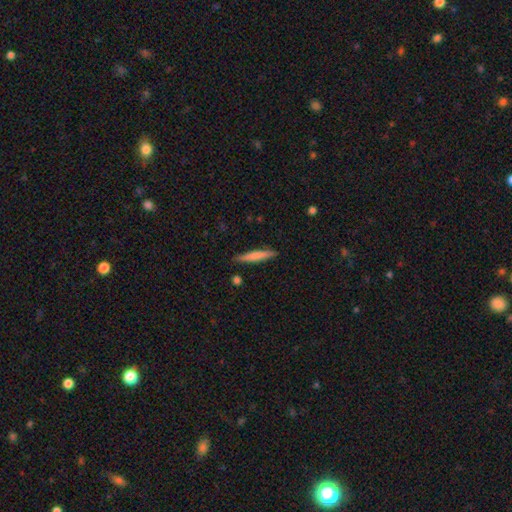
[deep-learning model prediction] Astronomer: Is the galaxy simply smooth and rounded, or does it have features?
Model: smooth — 72%.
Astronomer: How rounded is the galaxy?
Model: cigar-shaped — 93%.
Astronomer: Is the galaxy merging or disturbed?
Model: none — 87%.